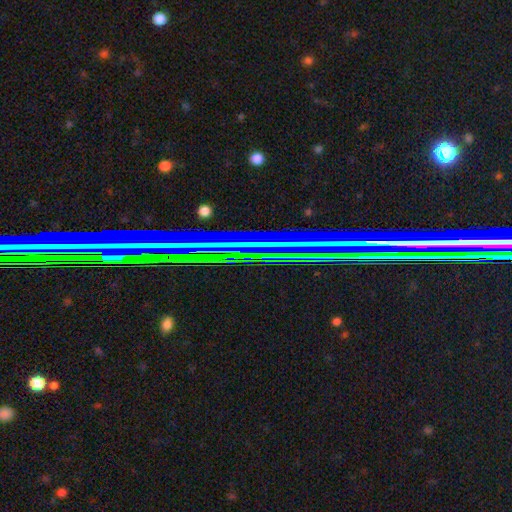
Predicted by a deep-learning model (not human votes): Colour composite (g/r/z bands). It shows a star or artifact, not a galaxy (72%).